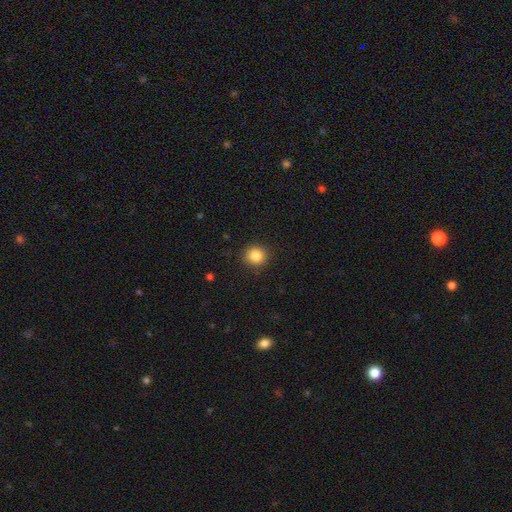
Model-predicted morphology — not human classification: smooth_or_featured: smooth (p=0.85) [alt: star or artifact p=0.10]
how_rounded: round (p=0.89) [alt: in between p=0.10]
merging: none (p=0.90) [alt: minor disturbance p=0.07]